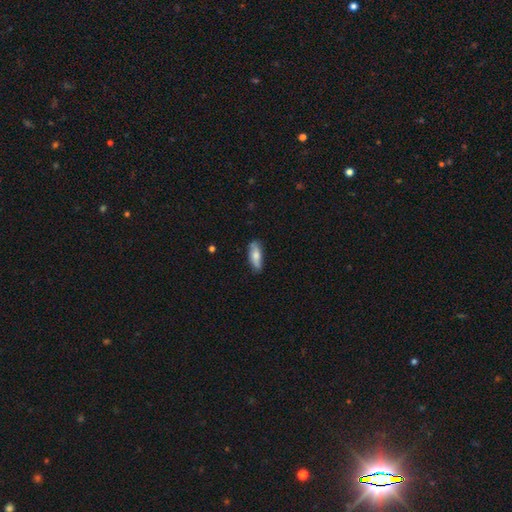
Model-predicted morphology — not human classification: The model was most divided on "how rounded": in between: 62%, cigar-shaped: 35%, round: 2%. More confident: merging — none (78%); smooth or featured — smooth (67%).